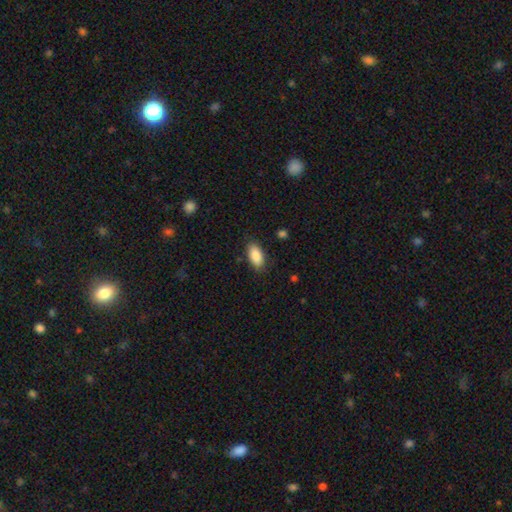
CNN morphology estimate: smooth-or-featured: smooth: 88% | star or artifact: 7% | featured or disk: 5%
  how-rounded: in between: 92% | cigar-shaped: 5% | round: 3%
  merging: none: 83% | minor disturbance: 13% | major disturbance: 3% | merger: 1%